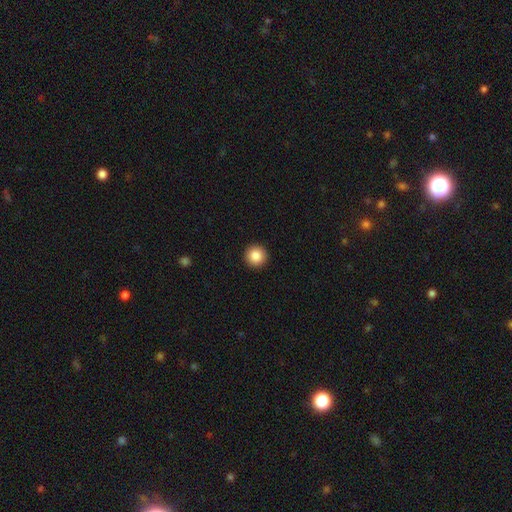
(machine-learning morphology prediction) smooth 87%, star or artifact 9%, featured or disk 4%. Down the decision tree: how rounded — round (96%); merging — none (93%).